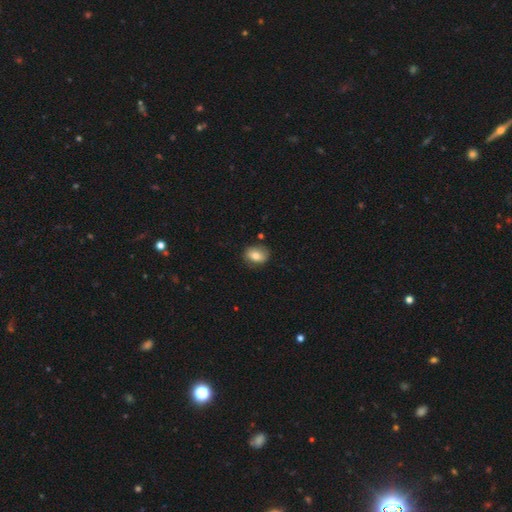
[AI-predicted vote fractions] Smooth or featured? smooth (73%)
How rounded? in between (62%)
Merging? none (77%)